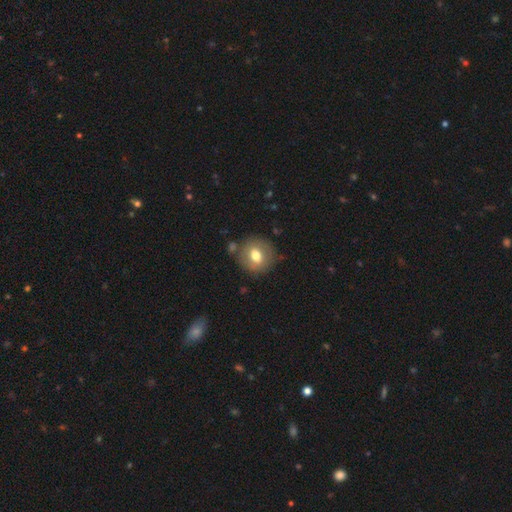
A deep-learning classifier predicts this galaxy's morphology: Smooth or featured?
  - smooth: 66% *
  - featured or disk: 25%
  - star or artifact: 8%
How rounded?
  - round: 80% *
  - in between: 19%
  - cigar-shaped: 1%
Merging?
  - none: 80% *
  - minor disturbance: 12%
  - merger: 4%
  - major disturbance: 4%